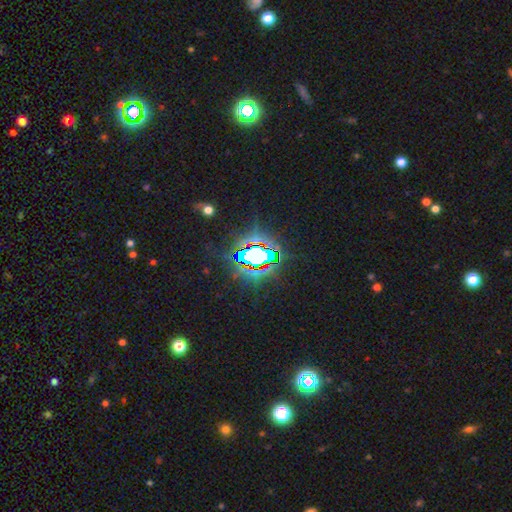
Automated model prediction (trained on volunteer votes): Q: Smooth or featured?
A: star or artifact (77%); runner-up: smooth (12%)